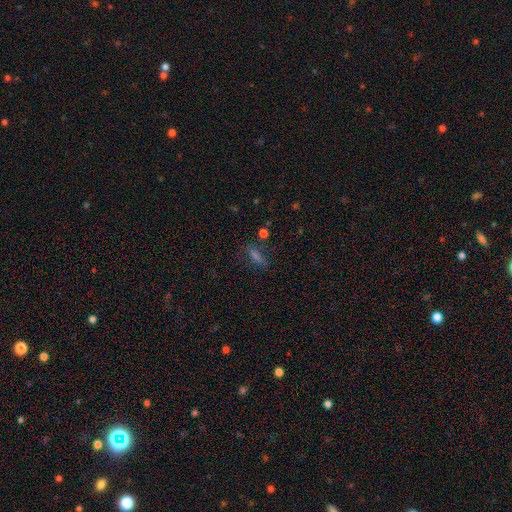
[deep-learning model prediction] The model was most divided on "how rounded": cigar-shaped: 47%, in between: 45%, round: 8%. More confident: merging — none (72%); smooth or featured — smooth (51%).